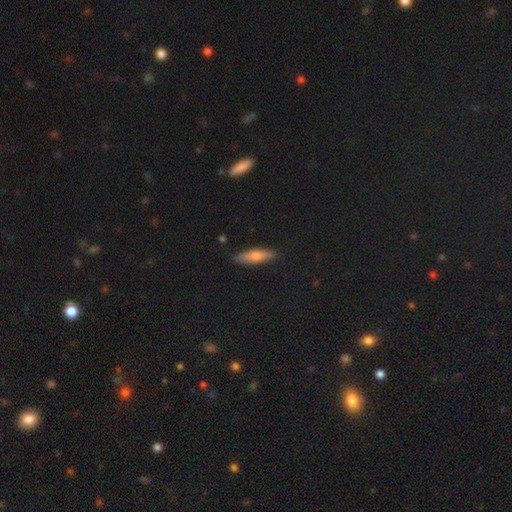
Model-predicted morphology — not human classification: Q: Smooth or featured?
A: smooth (69%); runner-up: featured or disk (24%)
Q: How rounded?
A: cigar-shaped (67%); runner-up: in between (31%)
Q: Merging?
A: none (87%); runner-up: minor disturbance (9%)